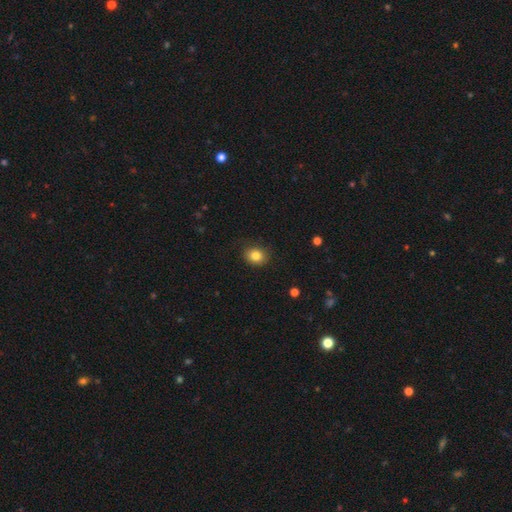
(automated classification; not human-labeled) Smooth or featured?
  - smooth: 83% *
  - star or artifact: 10%
  - featured or disk: 6%
How rounded?
  - round: 61% *
  - in between: 38%
  - cigar-shaped: 1%
Merging?
  - none: 86% *
  - minor disturbance: 11%
  - major disturbance: 2%
  - merger: 1%